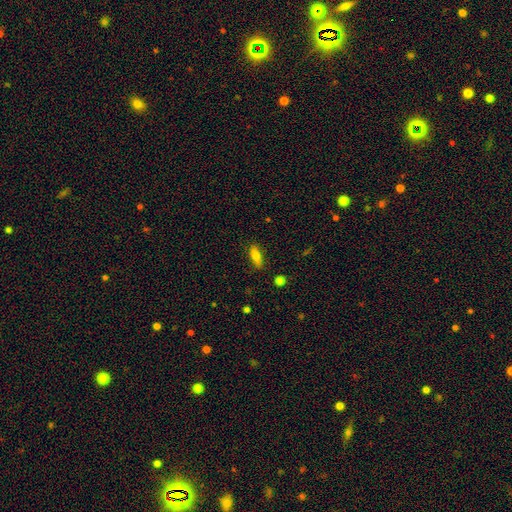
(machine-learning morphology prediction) This appears to be a smooth galaxy with no disk features (73%) that is in between round and cigar-shaped (59%). Merging: none (85%).